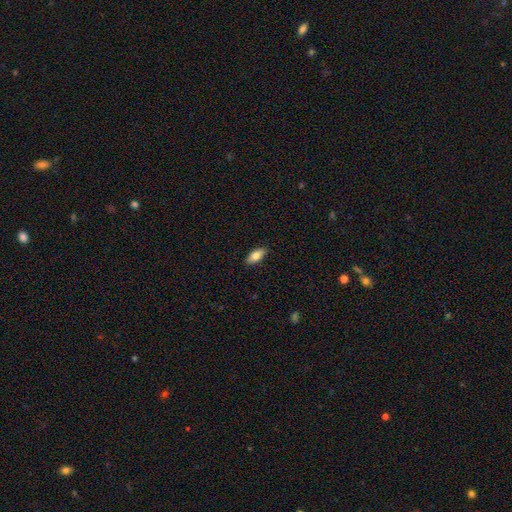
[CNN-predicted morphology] smooth-or-featured: smooth: 79% | featured or disk: 14% | star or artifact: 7%
  how-rounded: in between: 85% | cigar-shaped: 13% | round: 2%
  merging: none: 87% | minor disturbance: 10% | major disturbance: 2% | merger: 1%